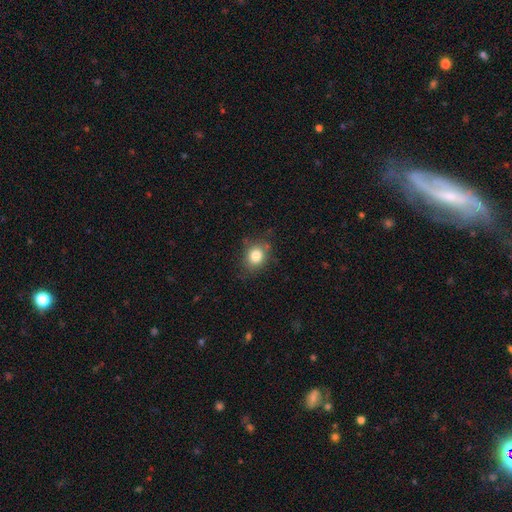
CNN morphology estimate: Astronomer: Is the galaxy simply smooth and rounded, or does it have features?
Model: smooth — 82%.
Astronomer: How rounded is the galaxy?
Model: round — 64%.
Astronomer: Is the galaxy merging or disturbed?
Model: none — 76%.